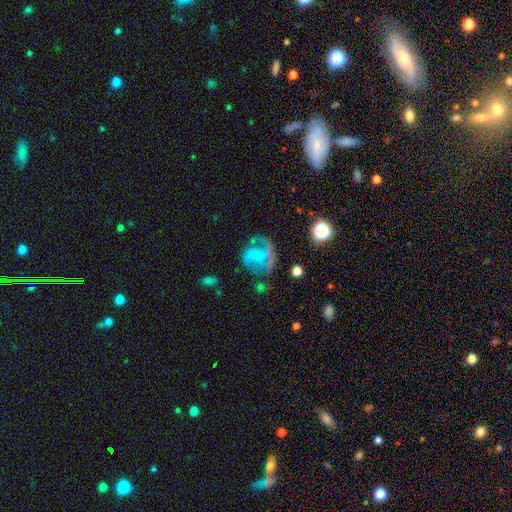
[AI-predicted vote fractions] Smooth or featured? featured or disk (73%)
Edge-on disk? no (98%)
Bar? no (45%)
Spiral arms? yes (86%)
Spiral winding? medium (49%)
Spiral arm count? 2 (69%)
Bulge size? none (56%)
Merging? none (52%)